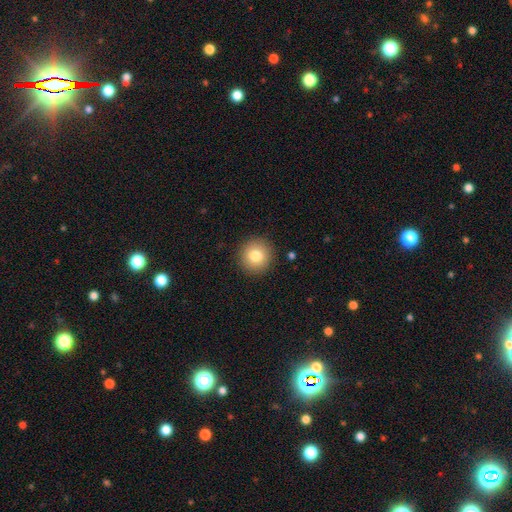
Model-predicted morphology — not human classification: This is clearly a smooth galaxy (80%). How rounded: clearly round (94%). Merging: clearly none (91%).